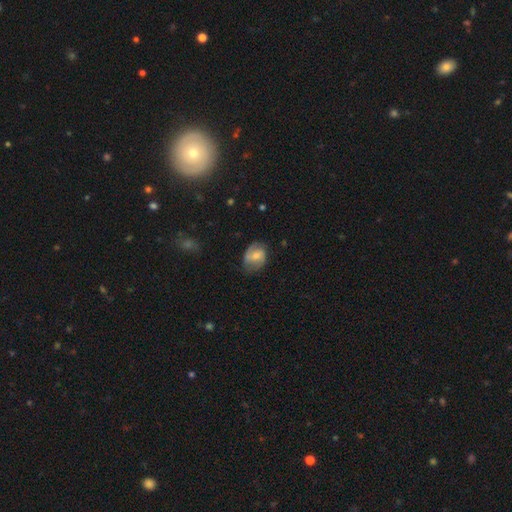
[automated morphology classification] A smooth galaxy with no disk features (48%). Merging: none (64%).